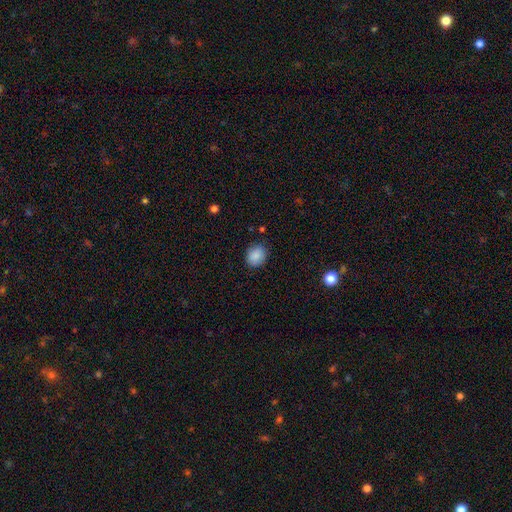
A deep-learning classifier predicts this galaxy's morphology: Smooth or featured? Predicted: smooth (p=0.88). How rounded? Predicted: round (p=0.59). Merging? Predicted: none (p=0.85).